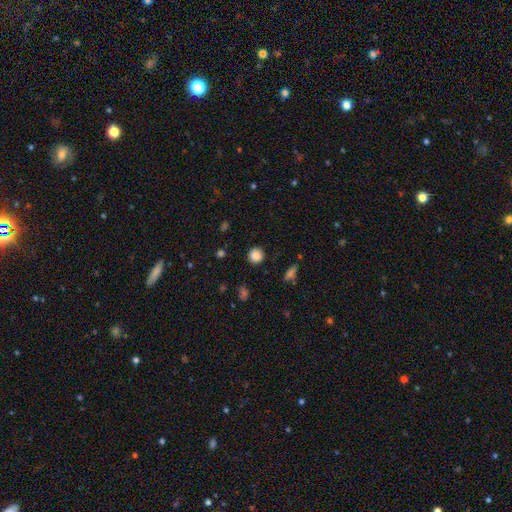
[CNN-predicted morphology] Smooth or featured? smooth (86%)
How rounded? round (91%)
Merging? none (90%)